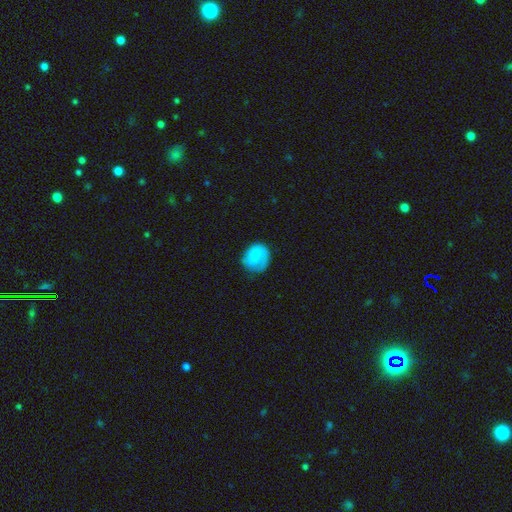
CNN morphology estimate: This appears to be a smooth galaxy with no disk features (58%) that is round (72%). Merging: none (64%).